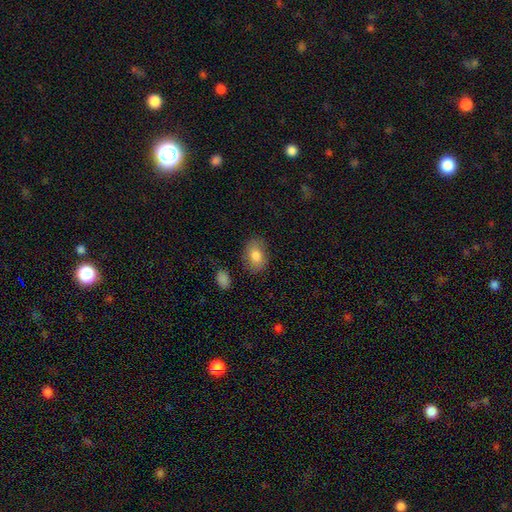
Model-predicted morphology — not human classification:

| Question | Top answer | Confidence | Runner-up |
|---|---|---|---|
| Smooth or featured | smooth | 81% | featured or disk (11%) |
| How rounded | in between | 82% | round (17%) |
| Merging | none | 81% | minor disturbance (13%) |